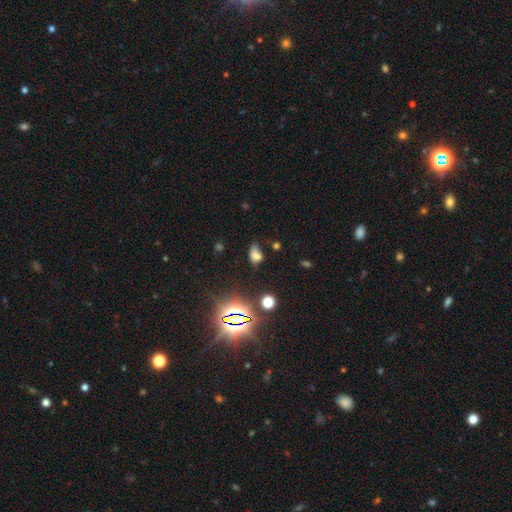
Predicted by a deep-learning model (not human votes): Smooth or featured? smooth (65%)
How rounded? in between (84%)
Merging? none (43%)